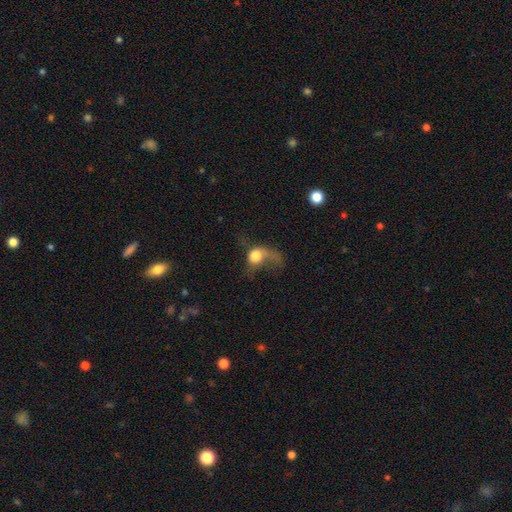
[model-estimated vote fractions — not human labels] This is likely a smooth galaxy (61%). How rounded: likely round (60%). Merging: likely major disturbance (62%).